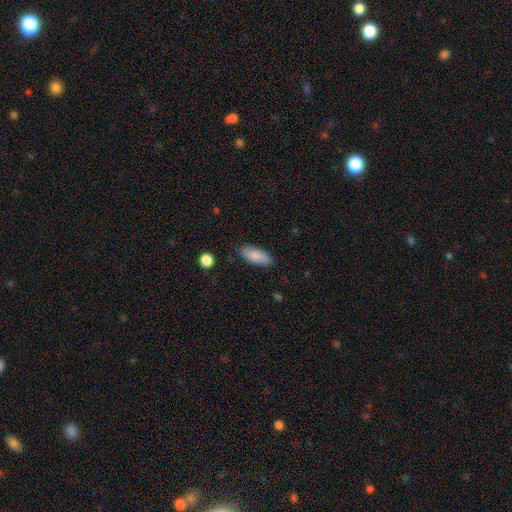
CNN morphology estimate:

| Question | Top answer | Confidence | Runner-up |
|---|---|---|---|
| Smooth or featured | smooth | 85% | featured or disk (9%) |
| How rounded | in between | 81% | cigar-shaped (17%) |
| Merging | none | 84% | minor disturbance (12%) |